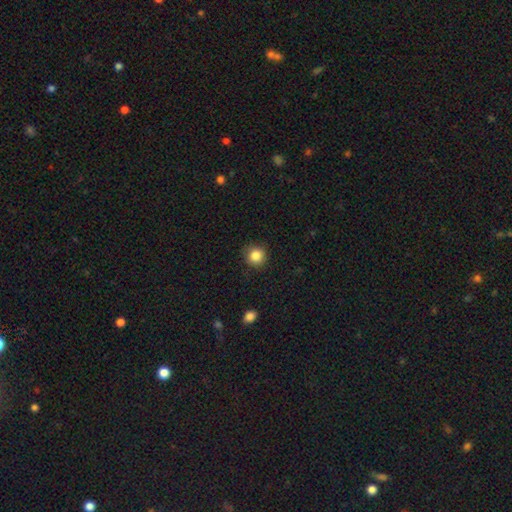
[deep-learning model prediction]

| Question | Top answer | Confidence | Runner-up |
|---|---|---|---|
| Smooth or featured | smooth | 85% | star or artifact (10%) |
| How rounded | round | 92% | in between (7%) |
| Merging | none | 88% | minor disturbance (8%) |